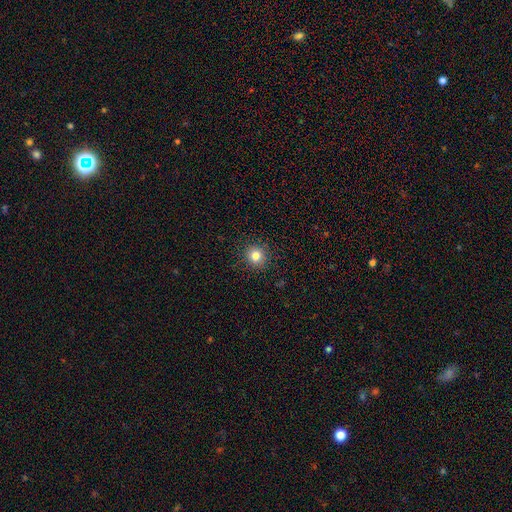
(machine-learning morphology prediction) smooth 81%, star or artifact 13%, featured or disk 6%. Down the decision tree: how rounded — round (92%); merging — none (91%).